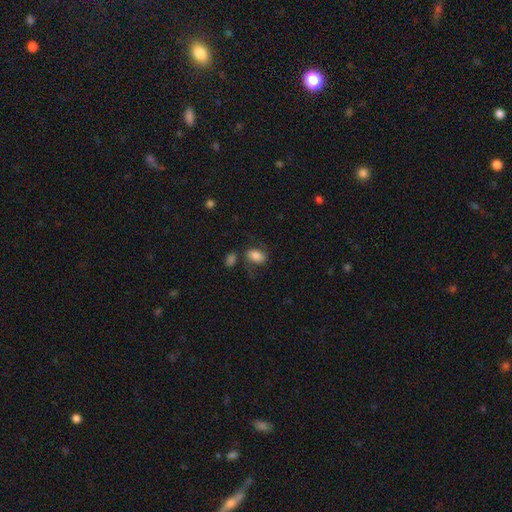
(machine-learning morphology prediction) Q: Smooth or featured?
A: smooth (71%); runner-up: featured or disk (20%)
Q: How rounded?
A: in between (86%); runner-up: round (12%)
Q: Merging?
A: none (57%); runner-up: minor disturbance (19%)